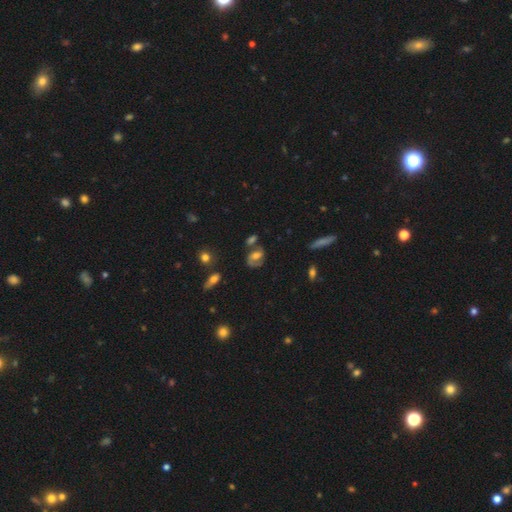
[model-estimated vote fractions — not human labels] Morphology: type=featured or disk (57%); edge-on=no (93%); bar=no (47%); spiral arms=yes (78%); bulge=moderate (50%); merging=none (50%).